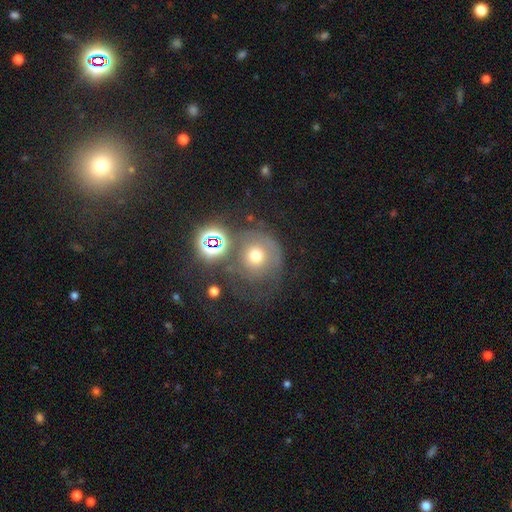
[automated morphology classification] Smooth or featured: smooth — 57% (featured or disk — 25%)
How rounded: round — 87% (in between — 12%)
Merging: none — 47% (major disturbance — 21%)